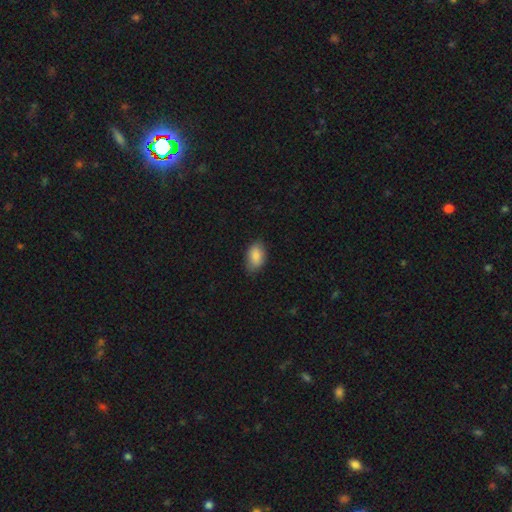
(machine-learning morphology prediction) smooth_or_featured: smooth (p=0.85) [alt: featured or disk p=0.08]
how_rounded: in between (p=0.91) [alt: round p=0.07]
merging: none (p=0.78) [alt: minor disturbance p=0.18]